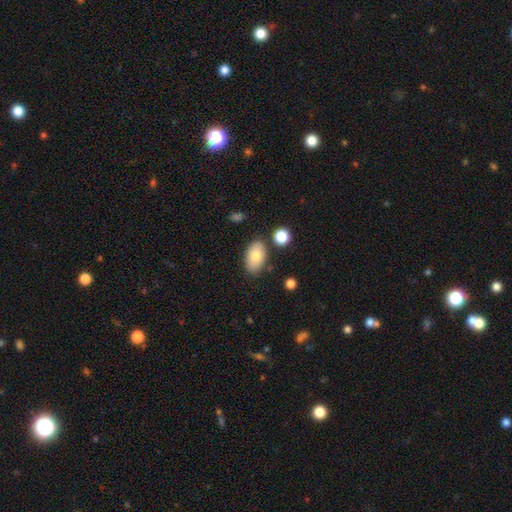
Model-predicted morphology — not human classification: This is likely a smooth galaxy (76%). How rounded: clearly in between (91%). Merging: likely none (78%).